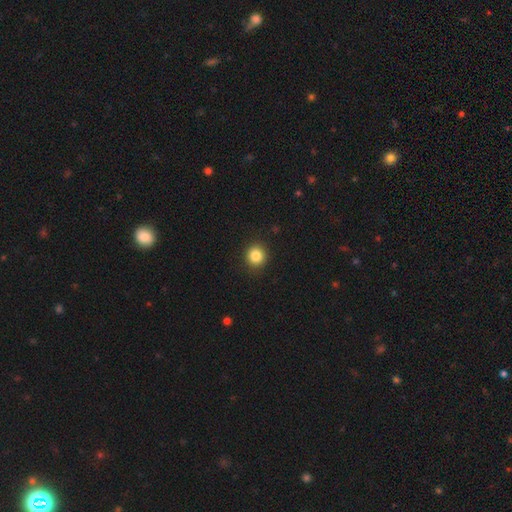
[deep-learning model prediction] This appears to be a smooth galaxy with no disk features (85%) that is round (91%). Merging: none (91%).